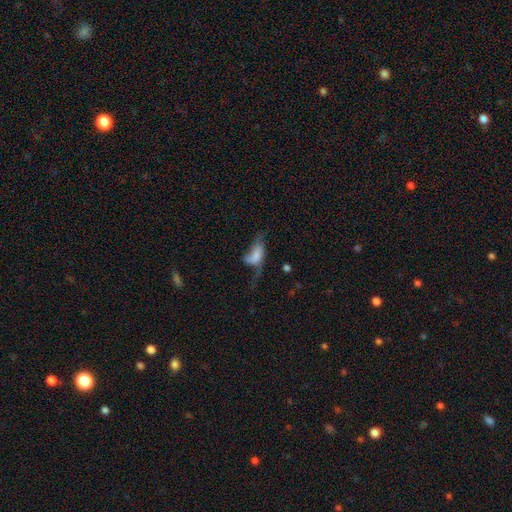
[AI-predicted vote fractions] A smooth galaxy with no disk features (55%) that is in between round and cigar-shaped (84%).

Vote fractions:
- Smooth or featured? smooth: 55% / featured or disk: 34% / star or artifact: 10%
- How rounded? in between: 84% / cigar-shaped: 12% / round: 5%
- Merging? major disturbance: 51% / none: 21% / minor disturbance: 19% / merger: 8%